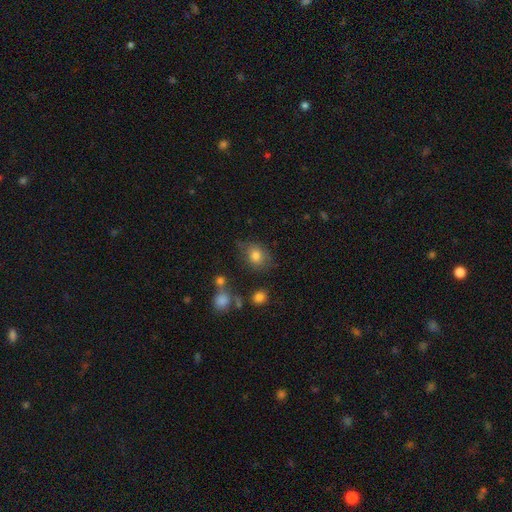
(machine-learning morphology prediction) Smooth or featured? smooth (79%)
How rounded? in between (51%)
Merging? none (67%)